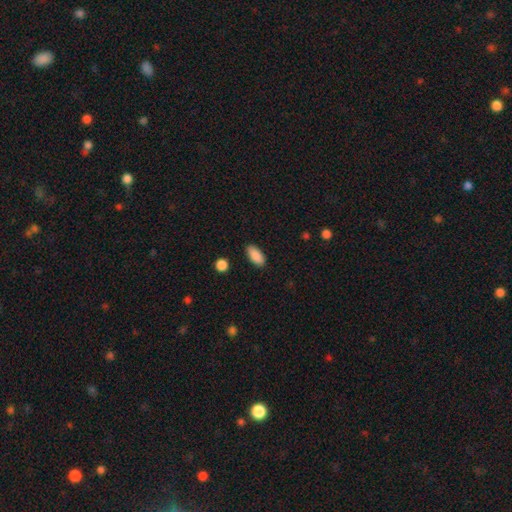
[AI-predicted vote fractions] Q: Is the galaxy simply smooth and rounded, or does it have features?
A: smooth — 89%.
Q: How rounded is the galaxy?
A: in between — 91%.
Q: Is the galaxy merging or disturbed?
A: none — 87%.